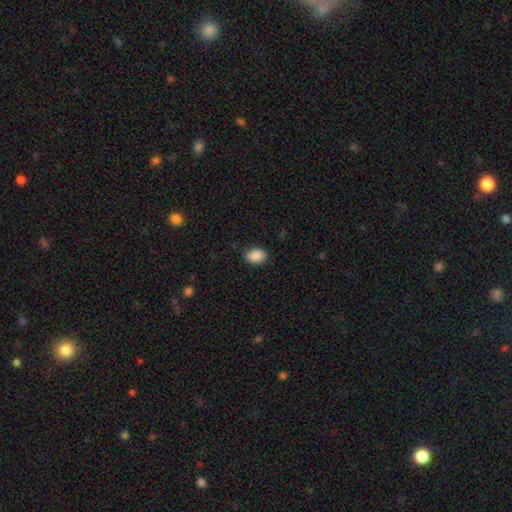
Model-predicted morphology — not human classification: A smooth galaxy with no disk features (89%) that is in between round and cigar-shaped (78%). Merging: none (85%).